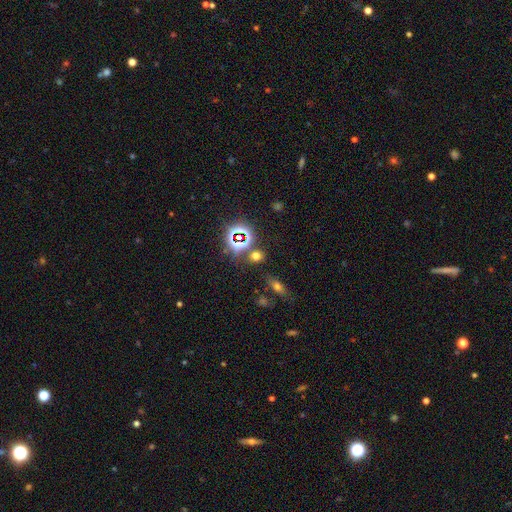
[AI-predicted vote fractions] This is possibly a smooth galaxy (48%). Merging: likely none (73%).